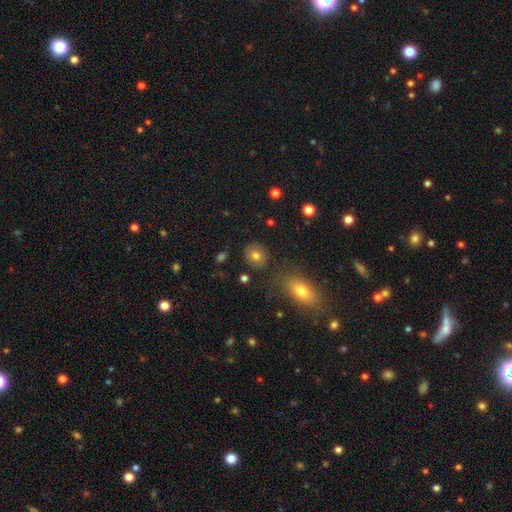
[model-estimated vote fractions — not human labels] Q: Smooth or featured?
A: smooth (75%); runner-up: featured or disk (14%)
Q: How rounded?
A: round (77%); runner-up: in between (22%)
Q: Merging?
A: none (82%); runner-up: minor disturbance (11%)